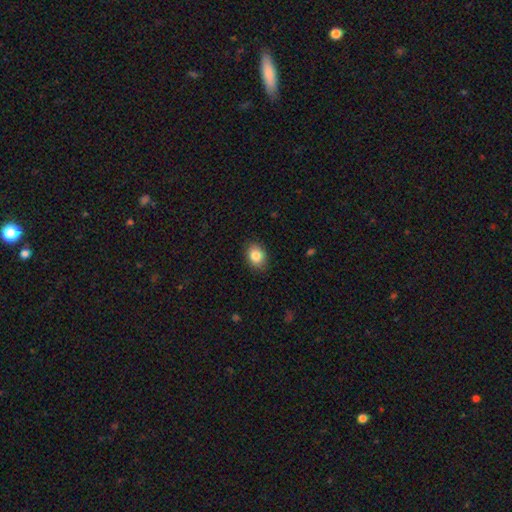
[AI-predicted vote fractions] smooth_or_featured: smooth (p=0.85) [alt: star or artifact p=0.08]
how_rounded: in between (p=0.66) [alt: round p=0.33]
merging: none (p=0.87) [alt: minor disturbance p=0.10]